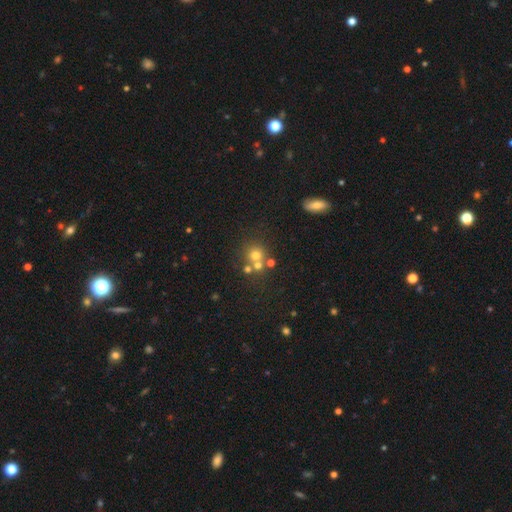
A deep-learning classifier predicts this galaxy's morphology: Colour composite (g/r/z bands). It shows a smooth galaxy with no disk features (64%) that is round (88%). Merging: none (54%).